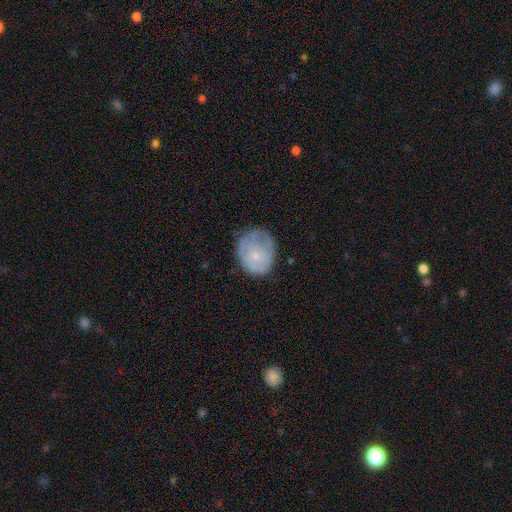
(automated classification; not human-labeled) Overall: smooth (64%; featured or disk 29%). How rounded: round (61%; in between 38%). Merging: none (53%; minor disturbance 31%).